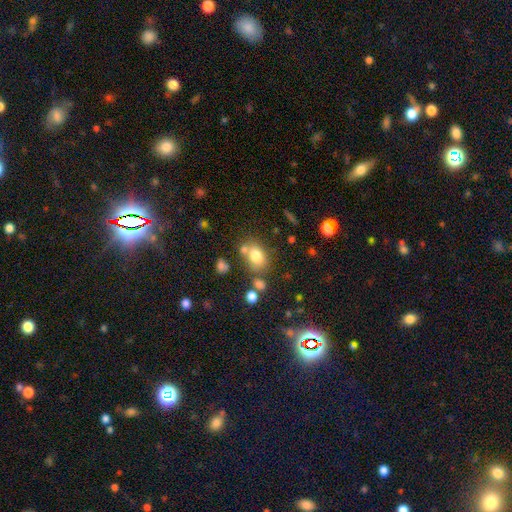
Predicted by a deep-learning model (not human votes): smooth 76%, featured or disk 12%, star or artifact 11%. Down the decision tree: how rounded — in between (66%); merging — none (59%).